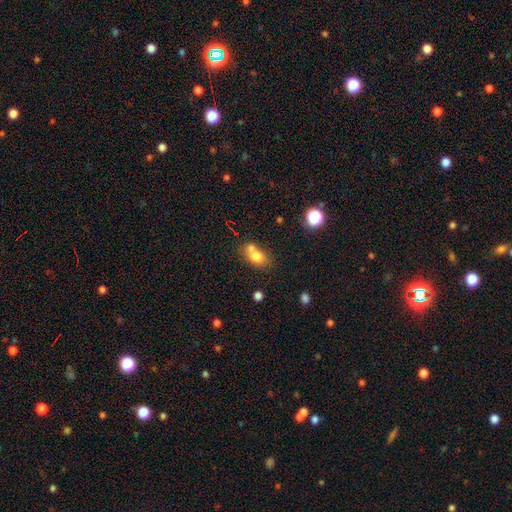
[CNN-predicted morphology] A smooth galaxy with no disk features (74%) that is in between round and cigar-shaped (69%). Merging: merger (45%).